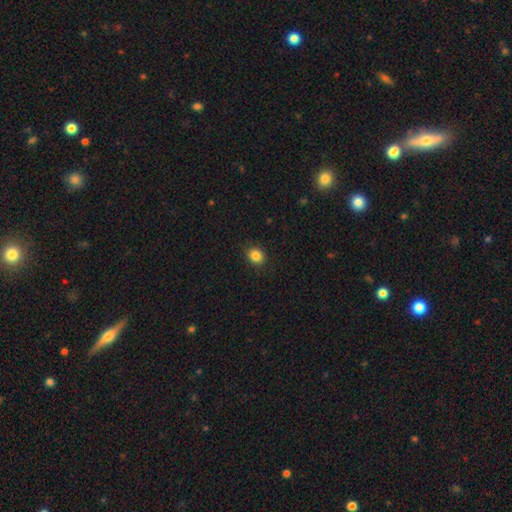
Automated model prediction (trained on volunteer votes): smooth 85%, star or artifact 11%, featured or disk 4%. Down the decision tree: how rounded — round (68%); merging — none (88%).